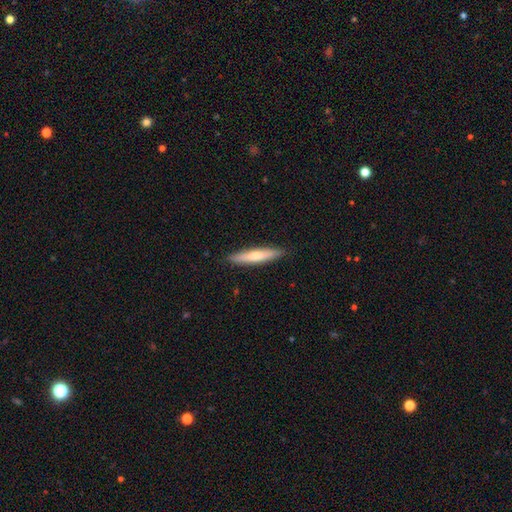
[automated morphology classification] Overall: smooth (62%; featured or disk 33%). How rounded: cigar-shaped (89%). Merging: none (90%).